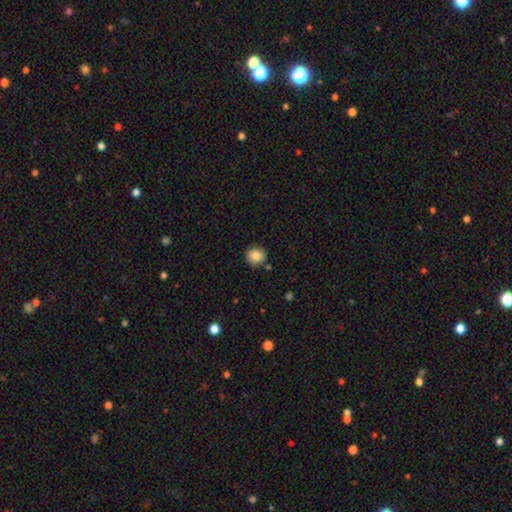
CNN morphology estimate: Smooth or featured? smooth (86%)
How rounded? round (87%)
Merging? none (82%)